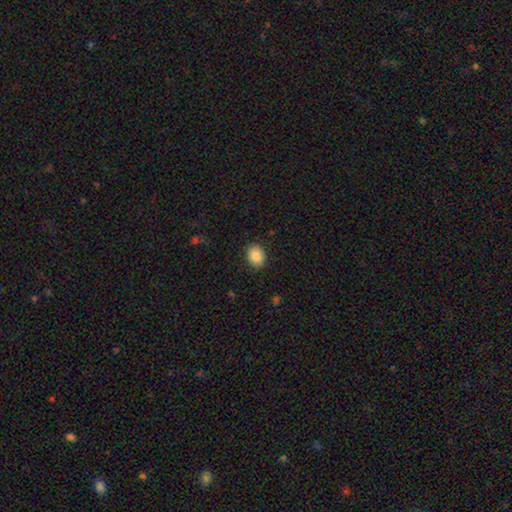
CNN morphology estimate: smooth 86%, star or artifact 8%, featured or disk 6%. Down the decision tree: how rounded — in between (58%); merging — none (86%).